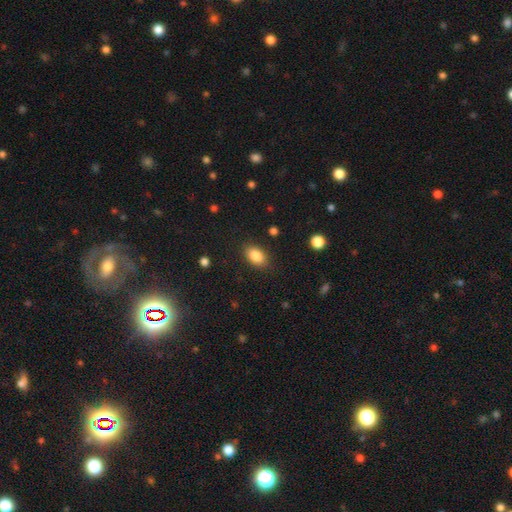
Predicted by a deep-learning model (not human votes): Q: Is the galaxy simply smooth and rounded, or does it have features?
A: smooth — 86%.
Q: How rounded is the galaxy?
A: in between — 85%.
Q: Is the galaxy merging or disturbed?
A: none — 83%.